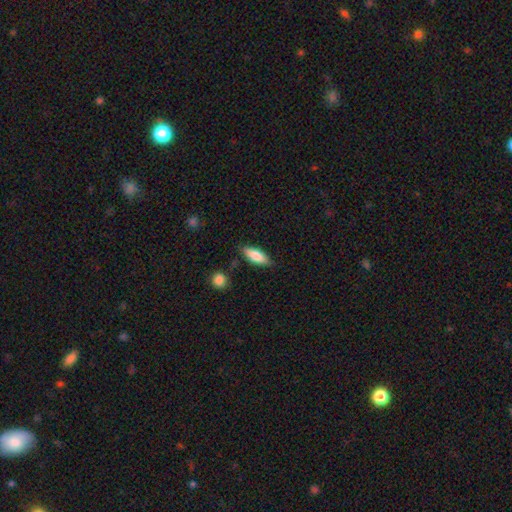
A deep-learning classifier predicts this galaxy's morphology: Smooth or featured: smooth — 80% (featured or disk — 14%)
How rounded: in between — 70% (cigar-shaped — 28%)
Merging: none — 82% (minor disturbance — 12%)